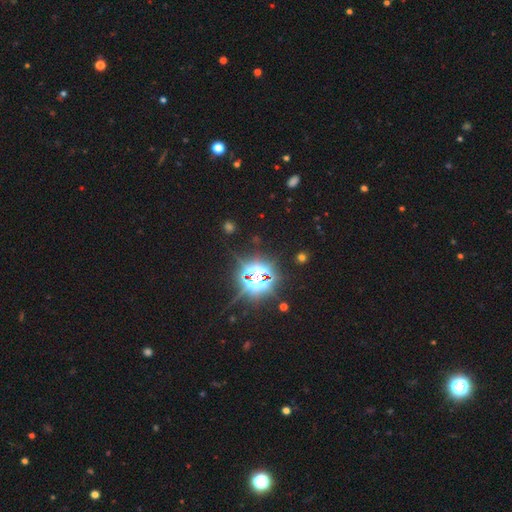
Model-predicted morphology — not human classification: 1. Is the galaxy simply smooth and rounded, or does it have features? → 80% star or artifact, 14% smooth, 5% featured or disk.